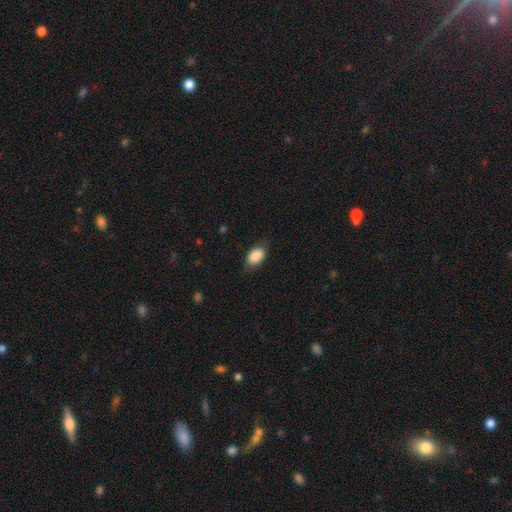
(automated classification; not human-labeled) Smooth or featured: smooth — 88% (star or artifact — 7%)
How rounded: in between — 87% (round — 11%)
Merging: none — 77% (minor disturbance — 17%)